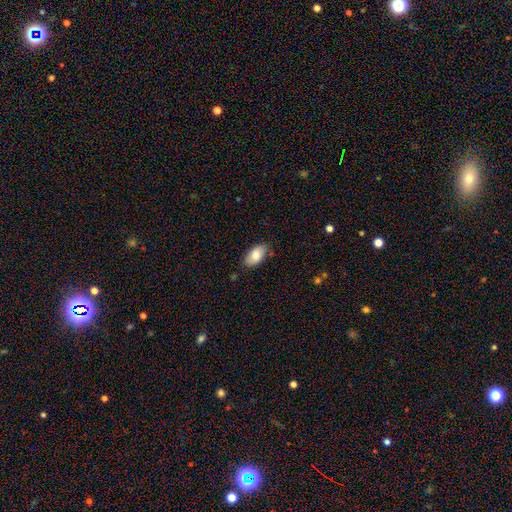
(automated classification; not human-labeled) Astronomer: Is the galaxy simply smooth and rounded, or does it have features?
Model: smooth — 83%.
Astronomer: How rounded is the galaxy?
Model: in between — 94%.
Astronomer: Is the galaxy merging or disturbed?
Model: none — 79%.